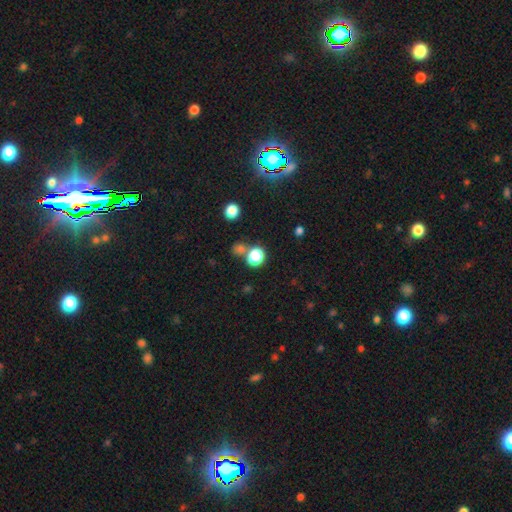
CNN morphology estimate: Q: Smooth or featured?
A: star or artifact (71%); runner-up: smooth (21%)